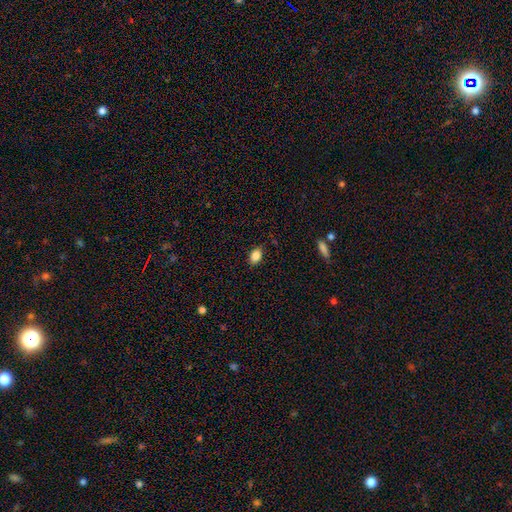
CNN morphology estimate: smooth_or_featured: smooth (p=0.85) [alt: star or artifact p=0.09]
how_rounded: in between (p=0.85) [alt: round p=0.13]
merging: none (p=0.85) [alt: minor disturbance p=0.11]